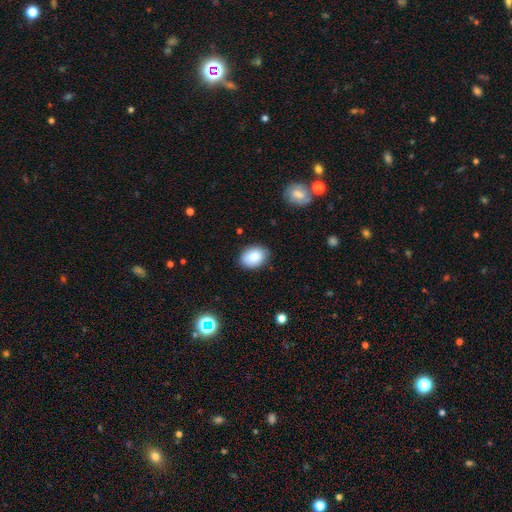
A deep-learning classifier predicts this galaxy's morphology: The model was most divided on "how rounded": in between: 74%, round: 25%, cigar-shaped: 1%. More confident: smooth or featured — smooth (87%); merging — none (85%).